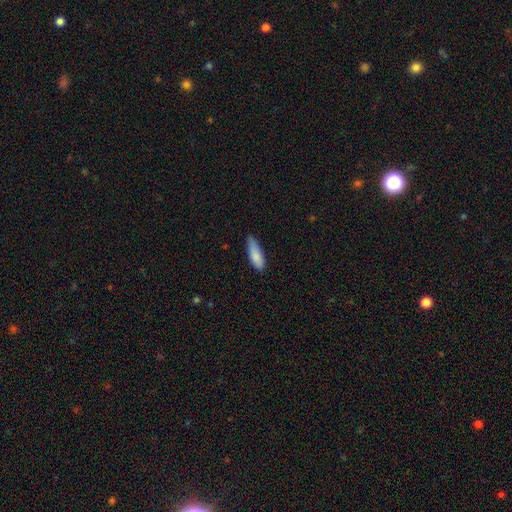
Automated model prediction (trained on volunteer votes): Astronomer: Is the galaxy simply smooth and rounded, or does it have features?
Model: smooth — 85%.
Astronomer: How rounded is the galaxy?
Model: in between — 56% (runner-up: cigar-shaped, 42%).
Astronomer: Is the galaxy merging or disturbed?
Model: none — 65%.